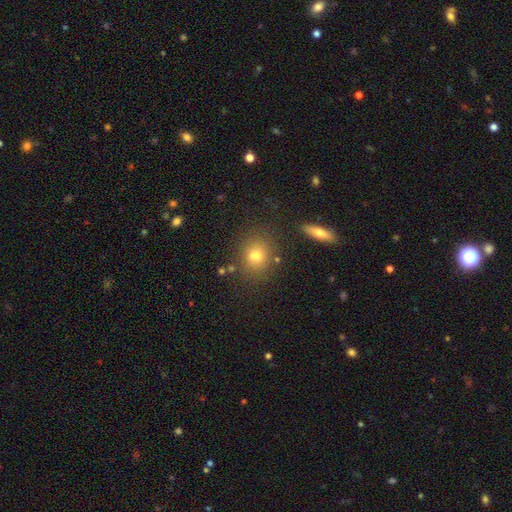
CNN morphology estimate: smooth 74%, star or artifact 15%, featured or disk 12%. Down the decision tree: how rounded — round (68%); merging — none (77%).